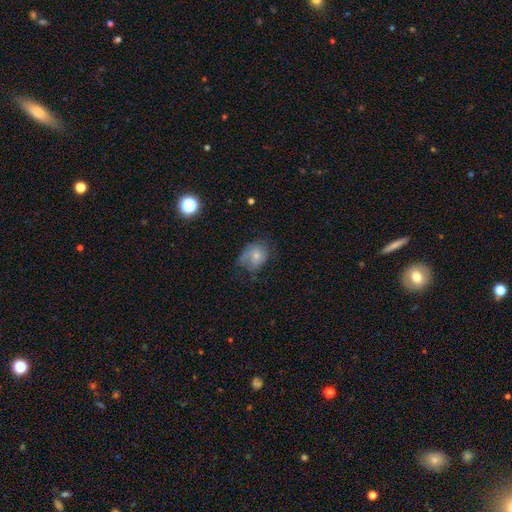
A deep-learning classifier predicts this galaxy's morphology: smooth_or_featured: smooth (p=0.53) [alt: featured or disk p=0.37]
how_rounded: in between (p=0.53) [alt: round p=0.46]
merging: none (p=0.43) [alt: minor disturbance p=0.32]